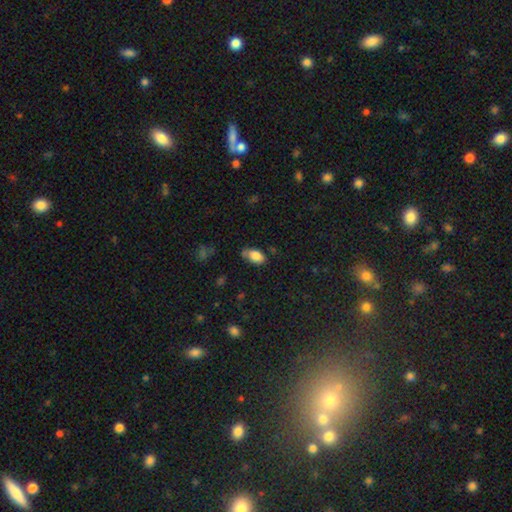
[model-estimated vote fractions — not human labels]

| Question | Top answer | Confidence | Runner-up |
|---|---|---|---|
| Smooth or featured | smooth | 83% | featured or disk (9%) |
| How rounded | in between | 91% | round (6%) |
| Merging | none | 59% | minor disturbance (30%) |